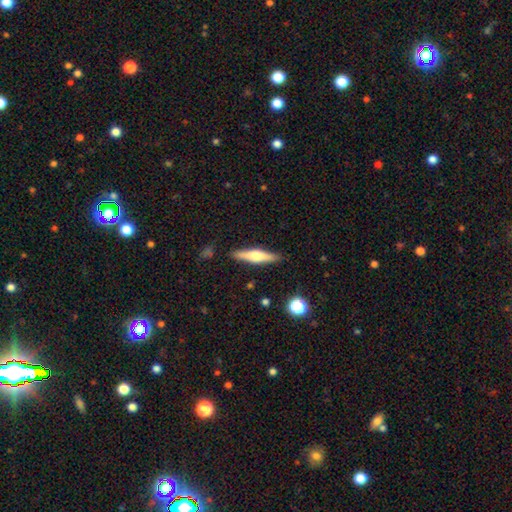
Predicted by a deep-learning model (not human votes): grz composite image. It shows a featured or disk galaxy (49%). Merging: none (88%).